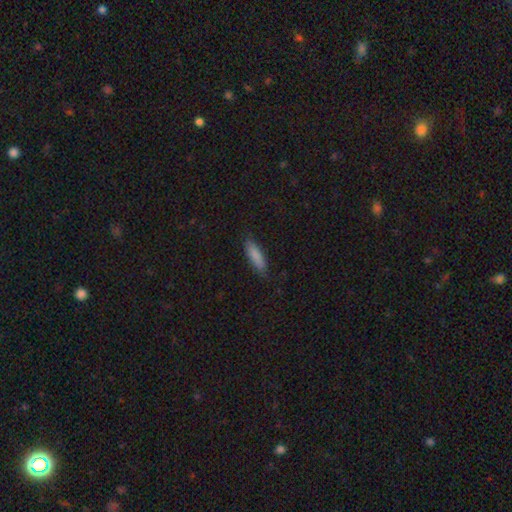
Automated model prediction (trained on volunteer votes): The model was most divided on "how rounded": cigar-shaped: 57%, in between: 42%, round: 2%. More confident: smooth or featured — smooth (85%); merging — none (83%).